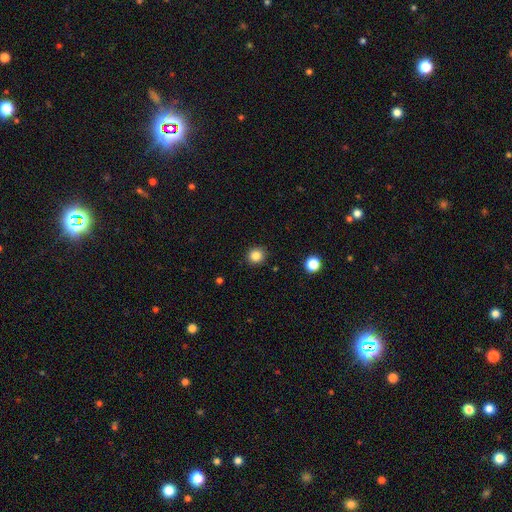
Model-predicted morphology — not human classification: A smooth galaxy with no disk features (85%) that is round (90%). Merging: none (90%).